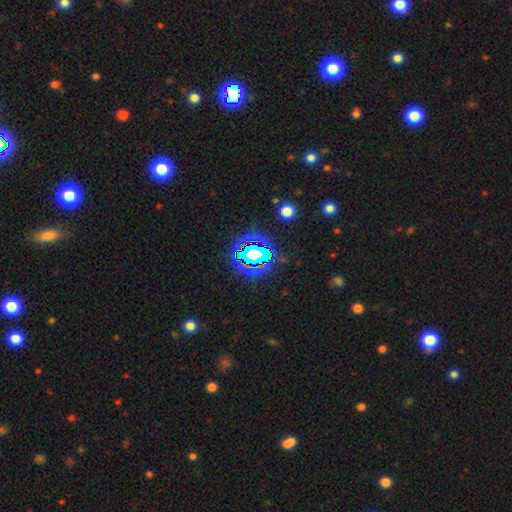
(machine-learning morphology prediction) The model was most divided on "smooth or featured": star or artifact: 73%, smooth: 16%, featured or disk: 11%.